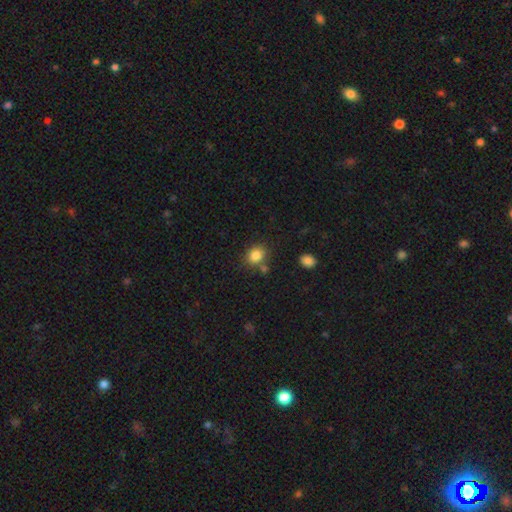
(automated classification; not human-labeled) Morphology: type=smooth (84%); roundness=round (61%); merging=none (72%).